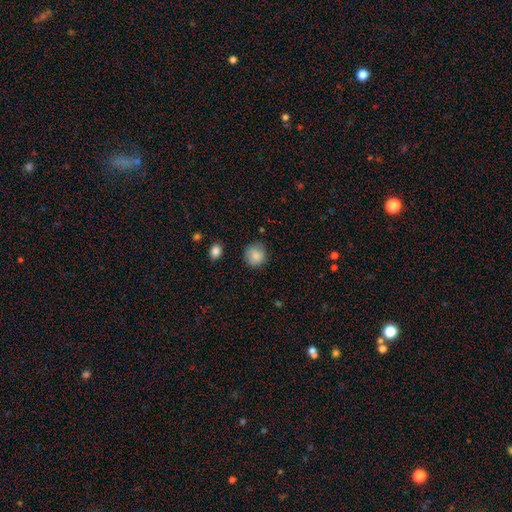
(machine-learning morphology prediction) This appears to be a smooth galaxy with no disk features (85%) that is round (88%). Merging: none (77%).